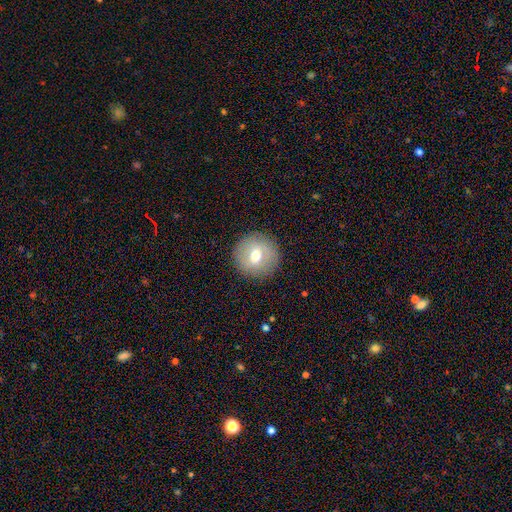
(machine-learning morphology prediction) Overall: smooth (62%; featured or disk 30%). How rounded: round (94%). Merging: none (89%).